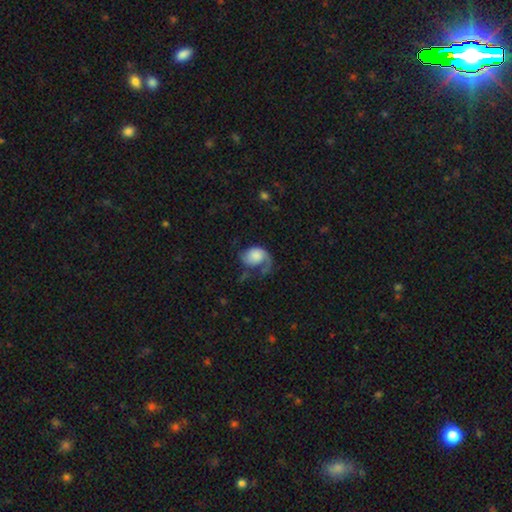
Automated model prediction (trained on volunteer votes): The model was most divided on "bulge size": large: 27%, small: 21%, none: 19%, moderate: 19%, dominant: 14%. Remaining: edge-on disk — no (97%); spiral arms — yes (87%); bar — no (78%); smooth or featured — featured or disk (53%); merging — major disturbance (44%).